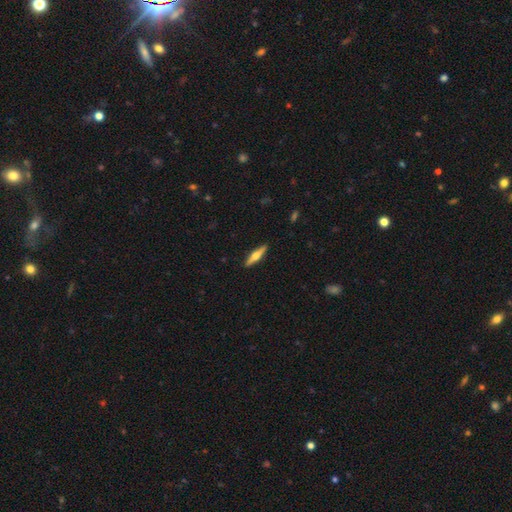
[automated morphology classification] Smooth or featured: featured or disk — 58% (smooth — 36%)
Edge-on disk: yes — 96% (no — 4%)
Edge-on bulge: rounded — 92% (boxy — 5%)
Merging: none — 90% (minor disturbance — 7%)